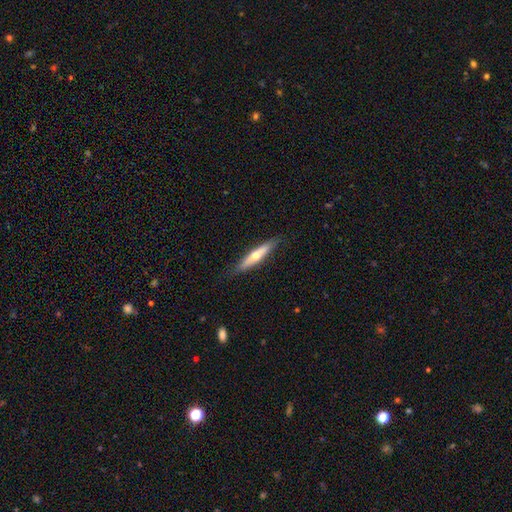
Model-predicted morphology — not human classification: Overall: featured or disk (50%; smooth 44%). Edge-on disk: yes (87%). Merging: none (85%).